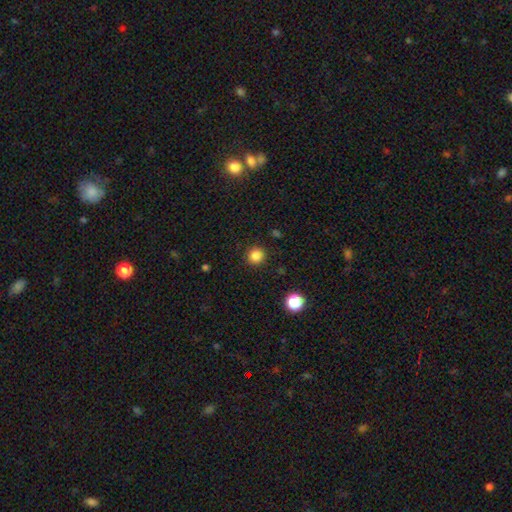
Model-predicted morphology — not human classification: Smooth or featured?
  - smooth: 85% *
  - star or artifact: 12%
  - featured or disk: 3%
How rounded?
  - round: 94% *
  - in between: 6%
  - cigar-shaped: 1%
Merging?
  - none: 91% *
  - minor disturbance: 5%
  - major disturbance: 2%
  - merger: 1%